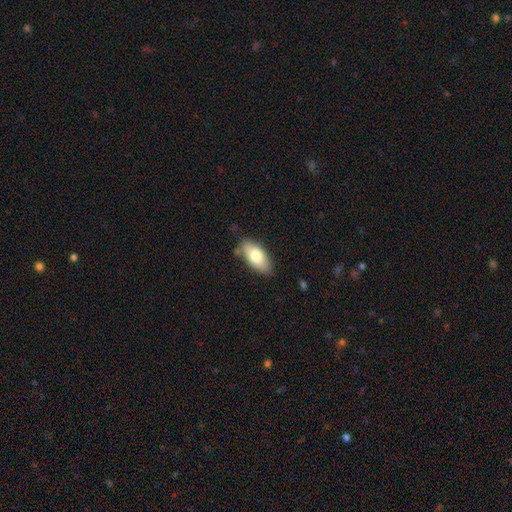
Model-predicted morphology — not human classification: A smooth galaxy with no disk features (75%) that is in between round and cigar-shaped (89%). Merging: none (78%).